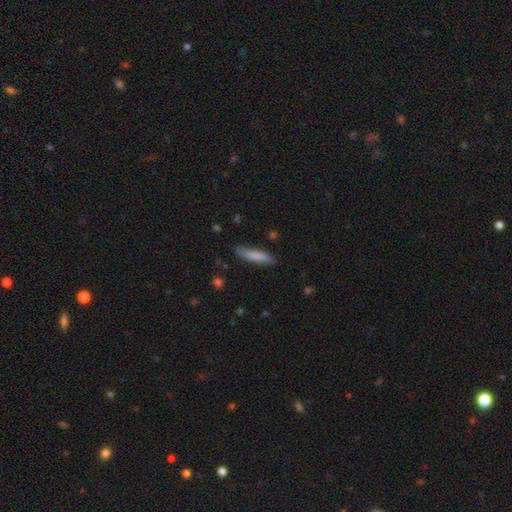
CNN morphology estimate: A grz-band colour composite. It shows a smooth galaxy with no disk features (81%) that is cigar-shaped (86%). Merging: none (82%).